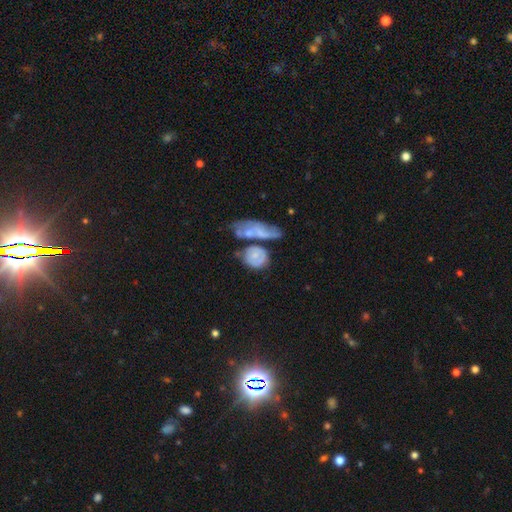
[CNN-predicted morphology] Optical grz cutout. It shows a smooth galaxy with no disk features (53%) that is round (63%). Merging: none (36%).